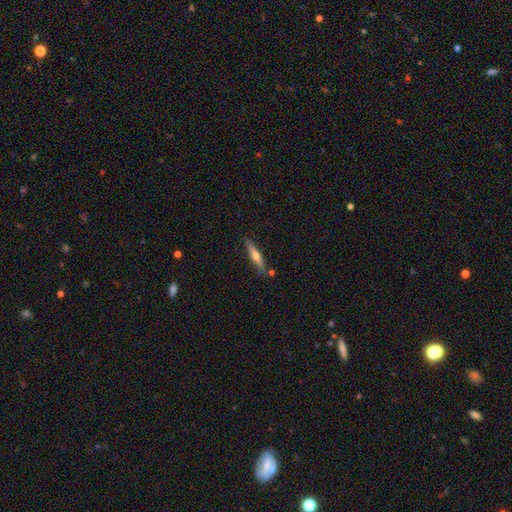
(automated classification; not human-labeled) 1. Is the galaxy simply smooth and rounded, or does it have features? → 59% featured or disk, 35% smooth, 6% star or artifact.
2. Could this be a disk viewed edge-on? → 96% yes, 4% no.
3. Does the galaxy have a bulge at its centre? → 89% rounded, 7% none, 4% boxy.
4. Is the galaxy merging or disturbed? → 83% none, 10% minor disturbance, 5% merger, 2% major disturbance.